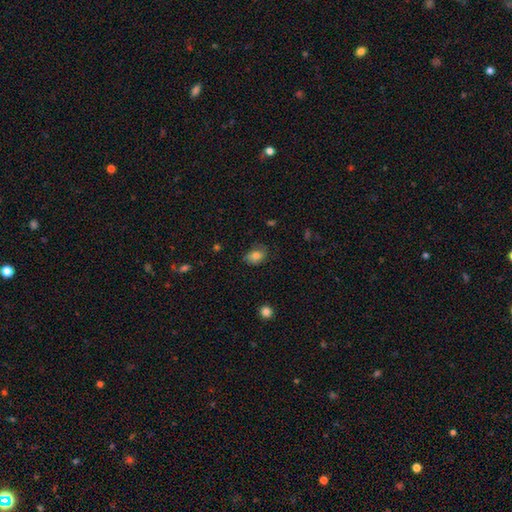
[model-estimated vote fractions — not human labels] A smooth galaxy with no disk features (77%) that is in between round and cigar-shaped (76%).

Vote fractions:
- Smooth or featured? smooth: 77% / featured or disk: 13% / star or artifact: 9%
- How rounded? in between: 76% / round: 23% / cigar-shaped: 1%
- Merging? none: 68% / minor disturbance: 24% / major disturbance: 7% / merger: 1%